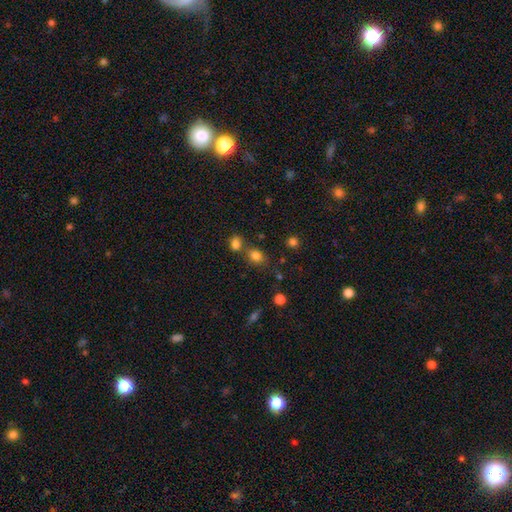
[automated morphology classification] A smooth galaxy with no disk features (79%) that is in between round and cigar-shaped (54%).

Vote fractions:
- Smooth or featured? smooth: 79% / star or artifact: 14% / featured or disk: 7%
- How rounded? in between: 54% / round: 45% / cigar-shaped: 1%
- Merging? none: 61% / merger: 23% / minor disturbance: 12% / major disturbance: 4%